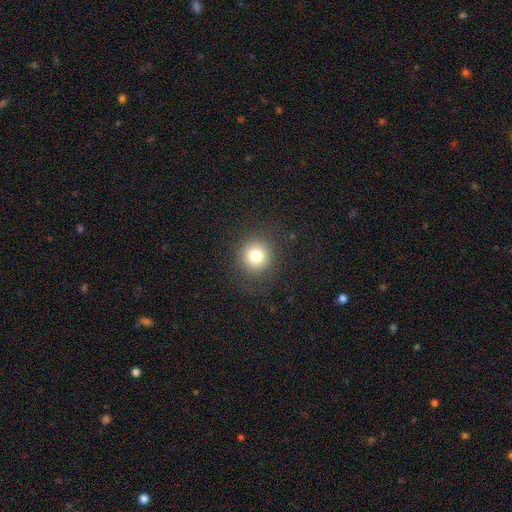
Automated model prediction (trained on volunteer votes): Q: Smooth or featured?
A: smooth (79%); runner-up: star or artifact (13%)
Q: How rounded?
A: round (92%); runner-up: in between (7%)
Q: Merging?
A: none (88%); runner-up: minor disturbance (7%)